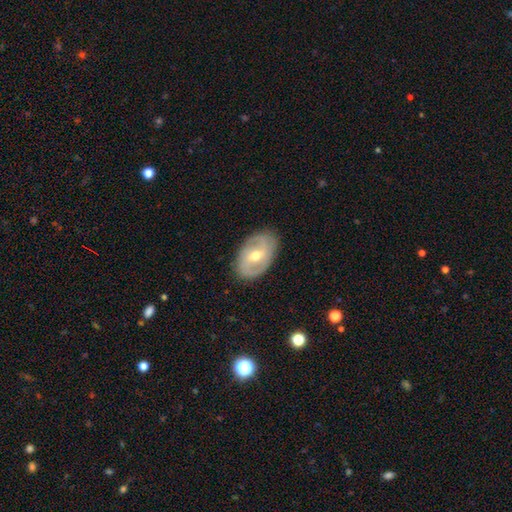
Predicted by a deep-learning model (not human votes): featured or disk 75%, smooth 19%, star or artifact 6%. Down the decision tree: edge-on disk — no (95%); bar — weak (47%); spiral arms — yes (81%); spiral arm count — 2 (80%); spiral winding — medium (43%); bulge size — moderate (62%); merging — none (84%).